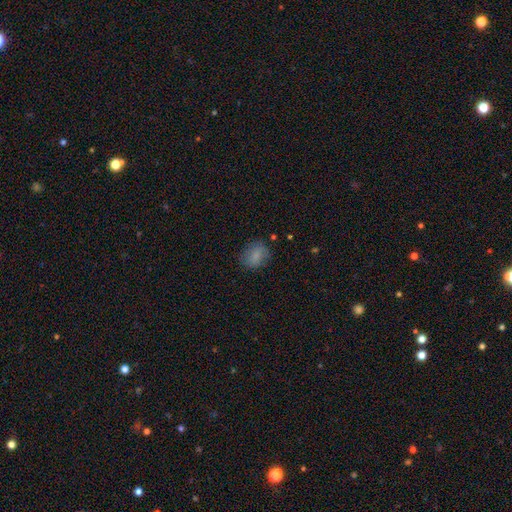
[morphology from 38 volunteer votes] Overall: smooth (82%). How rounded: round (55%; in between 45%). Merging: none (84%).